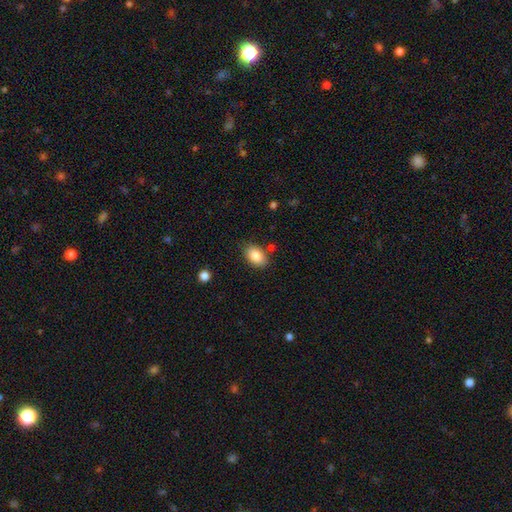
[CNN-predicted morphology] type=smooth (86%); roundness=in between (86%); merging=none (80%).